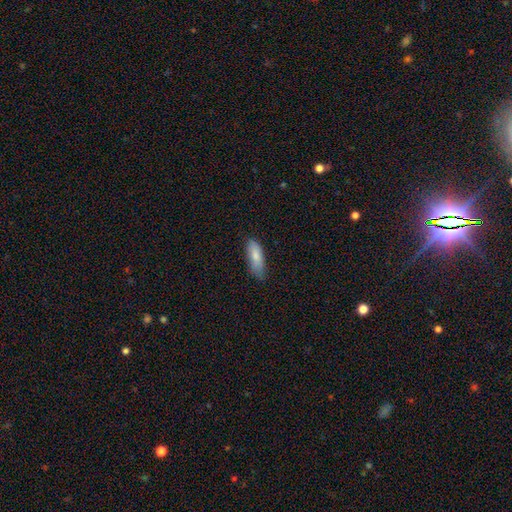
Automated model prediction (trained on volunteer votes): smooth 82%, featured or disk 12%, star or artifact 6%. Down the decision tree: how rounded — in between (70%); merging — none (66%).